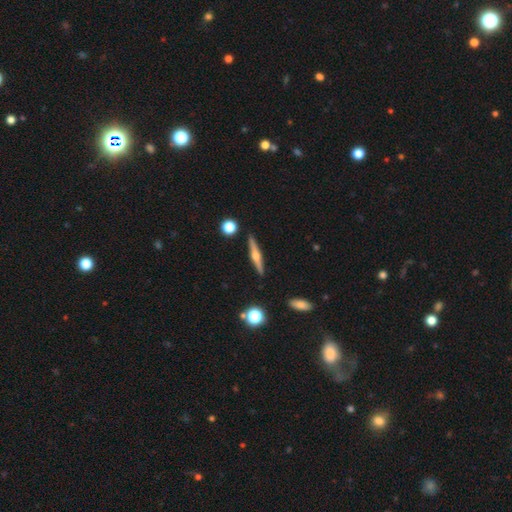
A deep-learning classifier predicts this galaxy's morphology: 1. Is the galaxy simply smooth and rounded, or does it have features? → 72% featured or disk, 21% smooth, 7% star or artifact.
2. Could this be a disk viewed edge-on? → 98% yes, 2% no.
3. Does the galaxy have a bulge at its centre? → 92% rounded, 5% boxy, 3% none.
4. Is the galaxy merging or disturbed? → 90% none, 6% minor disturbance, 2% merger, 1% major disturbance.